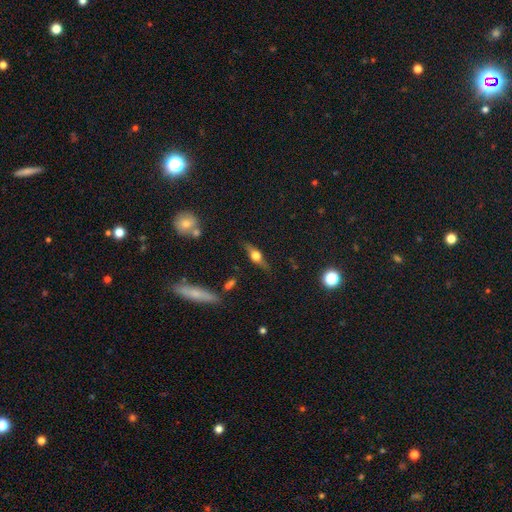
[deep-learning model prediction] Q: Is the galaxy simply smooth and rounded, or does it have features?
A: featured or disk — 60%.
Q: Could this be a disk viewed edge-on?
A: yes — 91%.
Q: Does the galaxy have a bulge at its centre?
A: rounded — 93%.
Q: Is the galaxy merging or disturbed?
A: none — 81%.